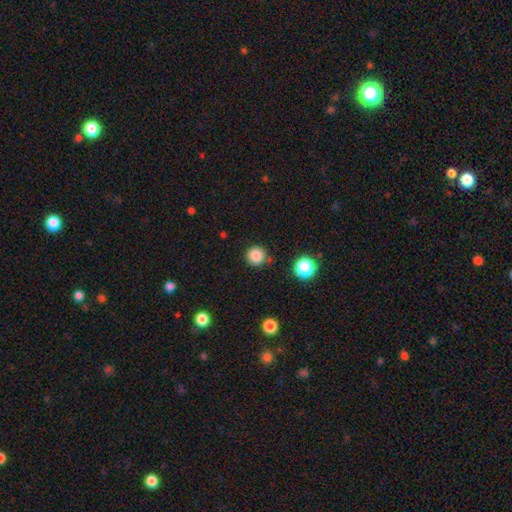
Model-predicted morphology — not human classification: smooth 84%, star or artifact 12%, featured or disk 5%. Down the decision tree: how rounded — round (94%); merging — none (83%).